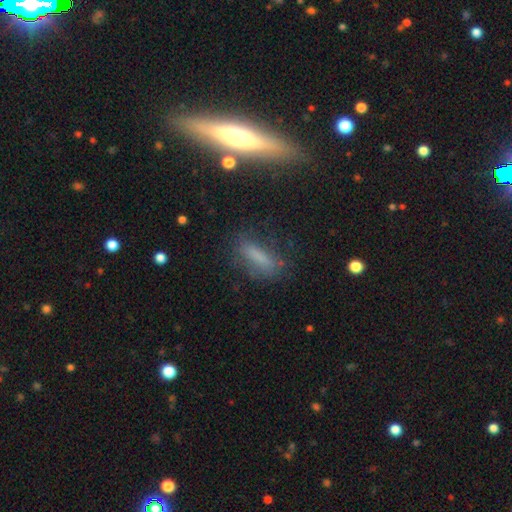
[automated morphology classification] Smooth or featured: smooth — 68% (featured or disk — 18%)
How rounded: cigar-shaped — 60% (in between — 36%)
Merging: none — 68% (minor disturbance — 20%)